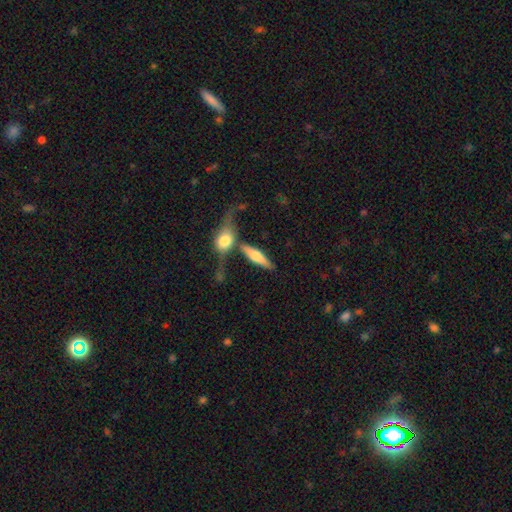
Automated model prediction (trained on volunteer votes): This appears to be a featured or disk galaxy (47%). Merging: none (41%).